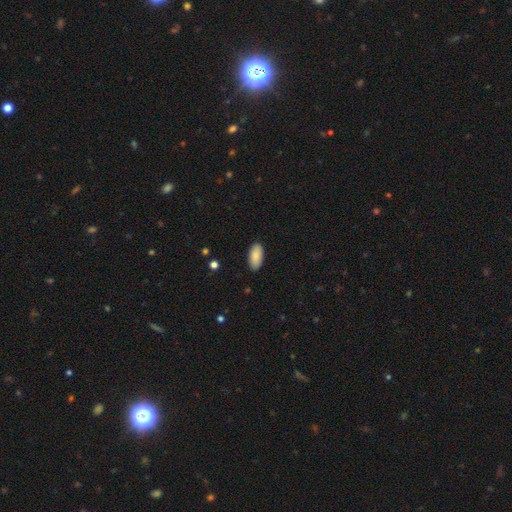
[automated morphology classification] type=smooth (89%); roundness=in between (90%); merging=none (88%).